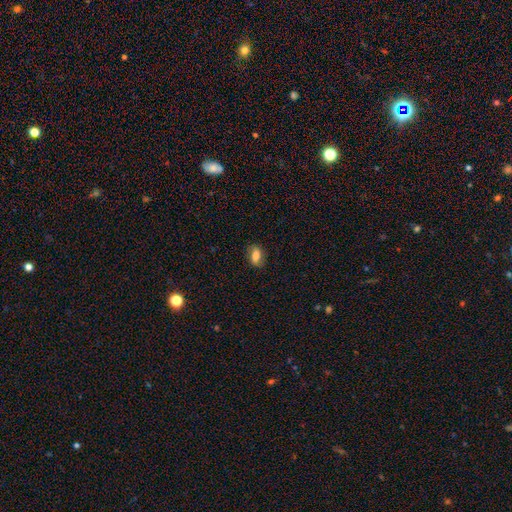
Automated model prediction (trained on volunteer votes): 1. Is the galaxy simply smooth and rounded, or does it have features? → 74% smooth, 17% featured or disk, 9% star or artifact.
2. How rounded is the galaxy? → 84% in between, 11% round, 5% cigar-shaped.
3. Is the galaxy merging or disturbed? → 80% none, 15% minor disturbance, 4% major disturbance, 1% merger.